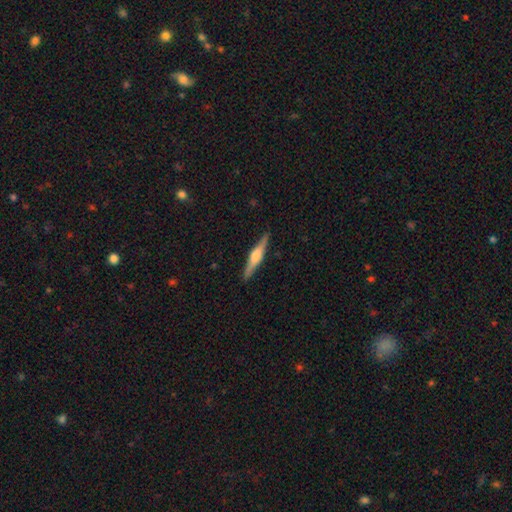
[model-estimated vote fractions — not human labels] The model was most divided on "smooth or featured": featured or disk: 68%, smooth: 26%, star or artifact: 6%. More confident: edge-on disk — yes (98%); merging — none (91%); edge-on bulge — rounded (79%).